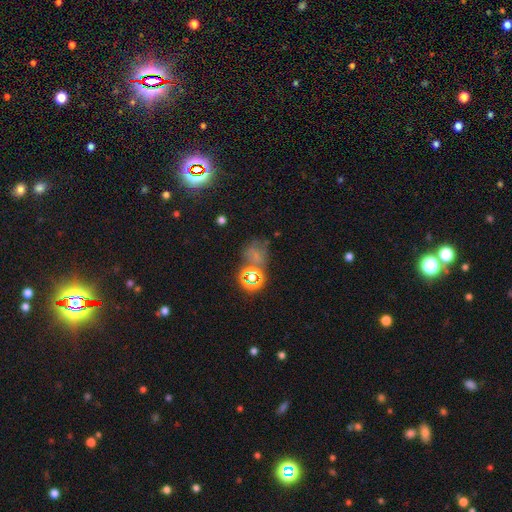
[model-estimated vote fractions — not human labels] Smooth or featured? Predicted: star or artifact (p=0.45).